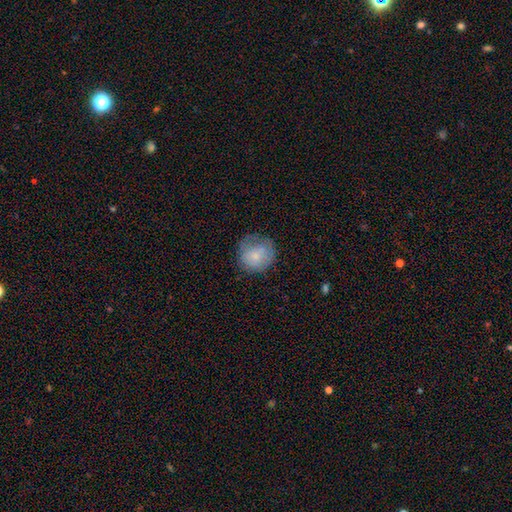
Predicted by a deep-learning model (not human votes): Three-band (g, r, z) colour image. It shows a smooth galaxy with no disk features (75%) that is round (84%). Merging: none (60%).